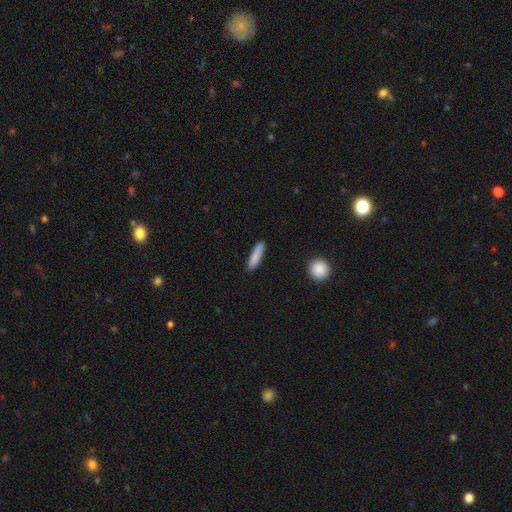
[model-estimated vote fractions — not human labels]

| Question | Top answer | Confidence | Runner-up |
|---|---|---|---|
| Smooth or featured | smooth | 85% | featured or disk (9%) |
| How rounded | cigar-shaped | 83% | in between (16%) |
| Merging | none | 89% | minor disturbance (8%) |